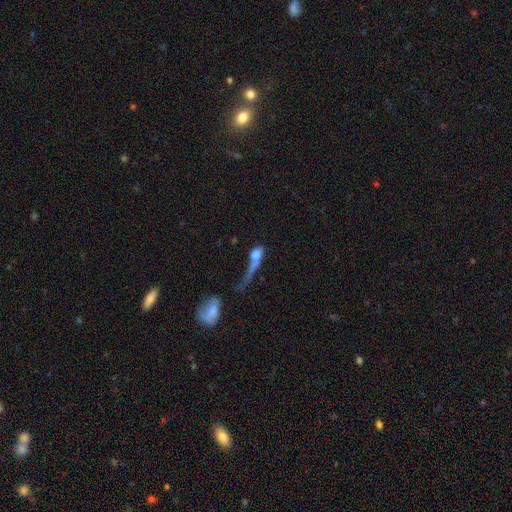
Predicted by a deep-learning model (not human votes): smooth-or-featured: smooth: 57% | featured or disk: 32% | star or artifact: 11%
  how-rounded: in between: 57% | round: 22% | cigar-shaped: 21%
  merging: major disturbance: 53% | merger: 20% | none: 15% | minor disturbance: 12%